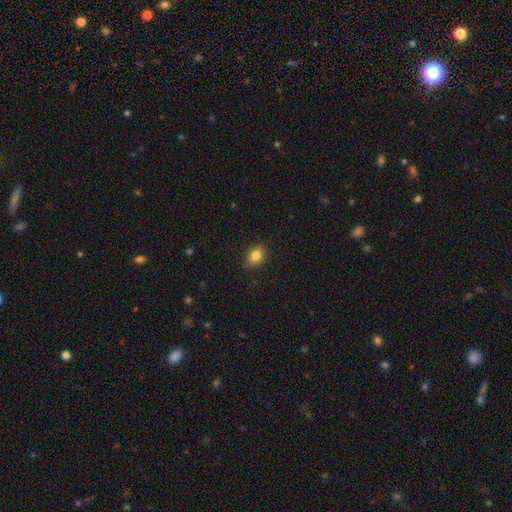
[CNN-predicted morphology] smooth-or-featured: smooth: 83% | star or artifact: 10% | featured or disk: 7%
  how-rounded: in between: 57% | round: 42% | cigar-shaped: 1%
  merging: none: 88% | minor disturbance: 9% | major disturbance: 2% | merger: 1%